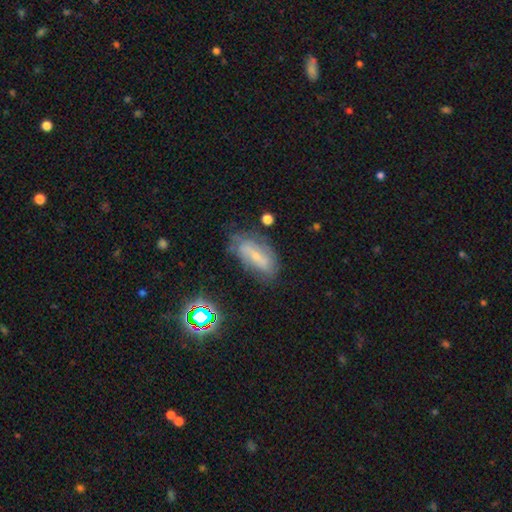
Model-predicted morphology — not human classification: featured or disk 50%, smooth 37%, star or artifact 13%. Down the decision tree: merging — none (59%).